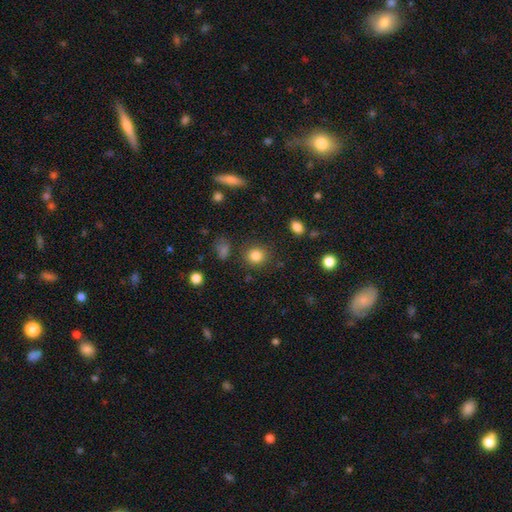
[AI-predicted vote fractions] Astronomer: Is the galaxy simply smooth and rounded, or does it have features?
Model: smooth — 84%.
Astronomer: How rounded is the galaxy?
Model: round — 85%.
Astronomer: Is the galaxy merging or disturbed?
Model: none — 86%.